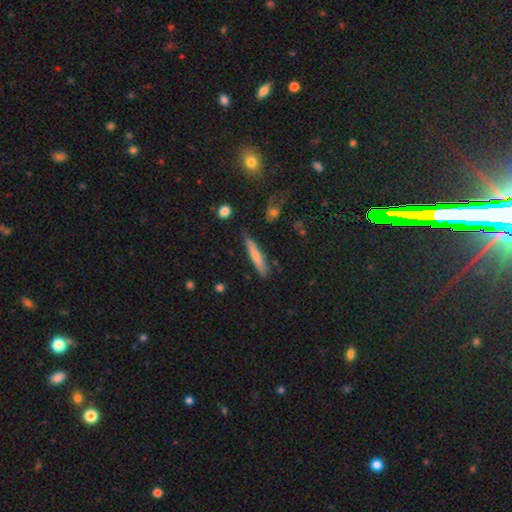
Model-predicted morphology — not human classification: smooth-or-featured: smooth: 66% | featured or disk: 28% | star or artifact: 6%
  how-rounded: cigar-shaped: 92% | in between: 7% | round: 2%
  merging: none: 85% | minor disturbance: 11% | merger: 2% | major disturbance: 2%